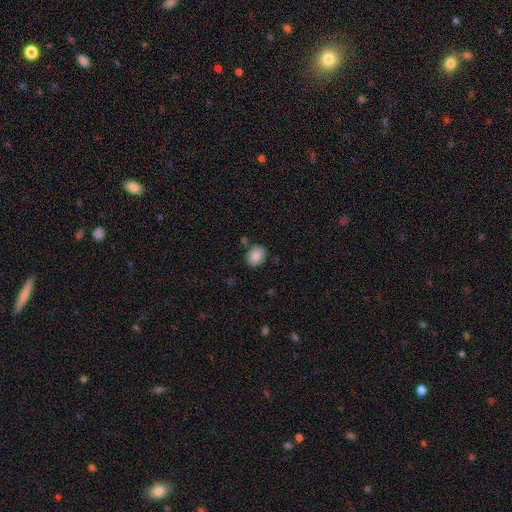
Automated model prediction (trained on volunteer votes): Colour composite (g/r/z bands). It shows a smooth galaxy with no disk features (87%) that is in between round and cigar-shaped (50%). Merging: none (79%).